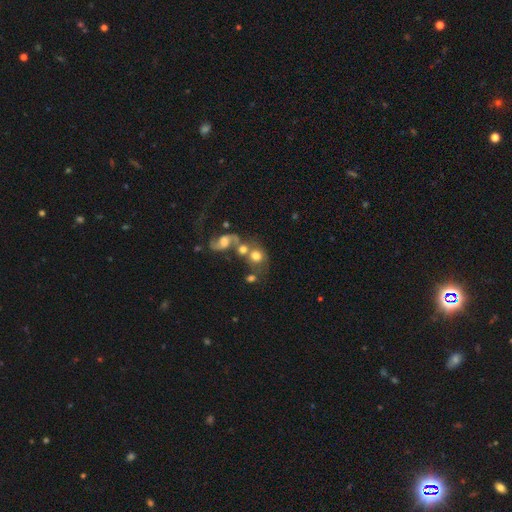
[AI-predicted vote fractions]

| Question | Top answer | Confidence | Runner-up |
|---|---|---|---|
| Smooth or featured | smooth | 59% | featured or disk (30%) |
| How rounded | round | 72% | in between (26%) |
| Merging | merger | 41% | none (39%) |